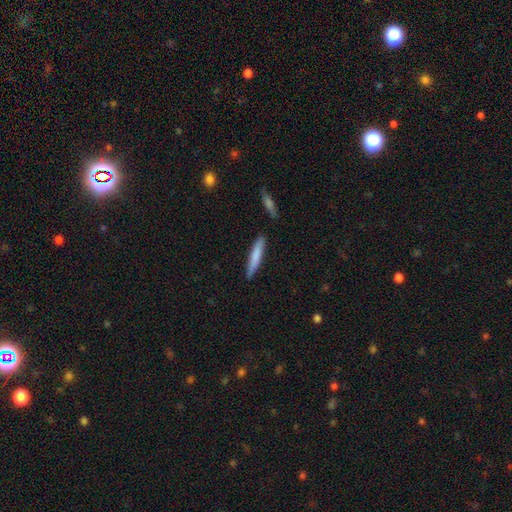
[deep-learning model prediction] Smooth or featured? smooth (76%)
How rounded? cigar-shaped (91%)
Merging? none (85%)